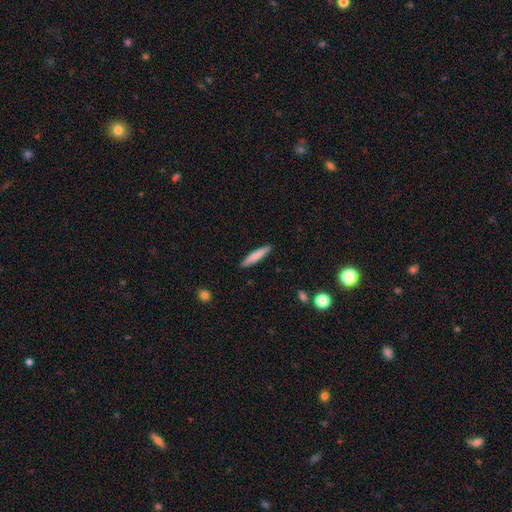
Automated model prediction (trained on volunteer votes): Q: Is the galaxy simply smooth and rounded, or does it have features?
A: smooth — 77%.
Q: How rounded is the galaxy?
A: cigar-shaped — 91%.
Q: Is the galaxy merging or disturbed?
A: none — 91%.